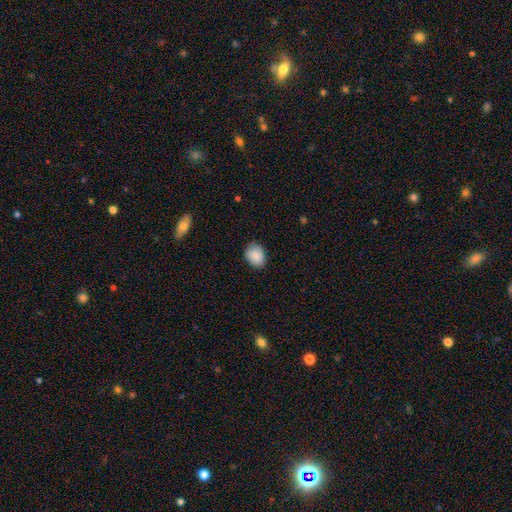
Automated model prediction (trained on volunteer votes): Smooth or featured? Predicted: smooth (p=0.88). How rounded? Predicted: in between (p=0.62). Merging? Predicted: none (p=0.82).